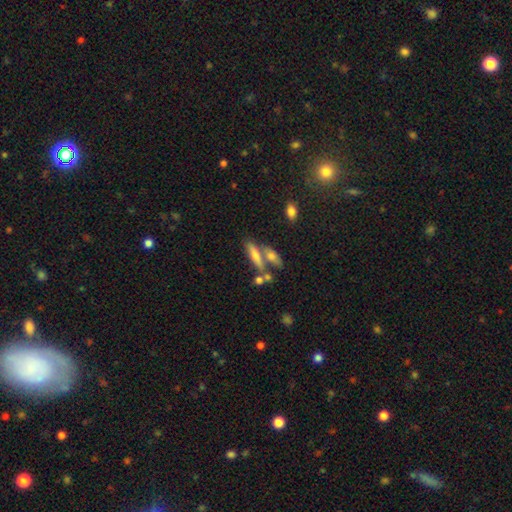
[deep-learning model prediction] A smooth galaxy with no disk features (60%) that is cigar-shaped (65%). Merging: none (48%).